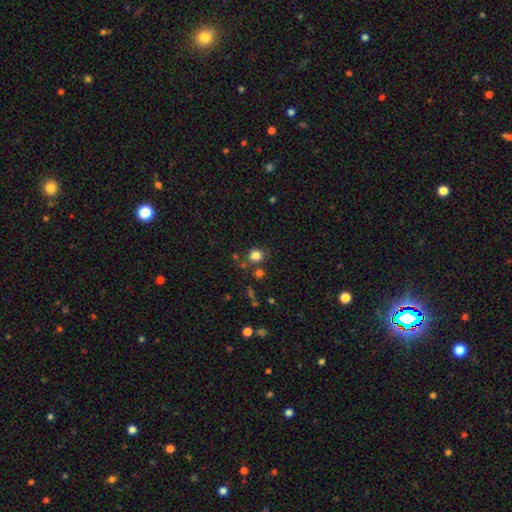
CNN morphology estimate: Smooth or featured?
  - smooth: 81% *
  - star or artifact: 14%
  - featured or disk: 6%
How rounded?
  - round: 90% *
  - in between: 9%
  - cigar-shaped: 1%
Merging?
  - none: 75% *
  - merger: 11%
  - minor disturbance: 10%
  - major disturbance: 4%